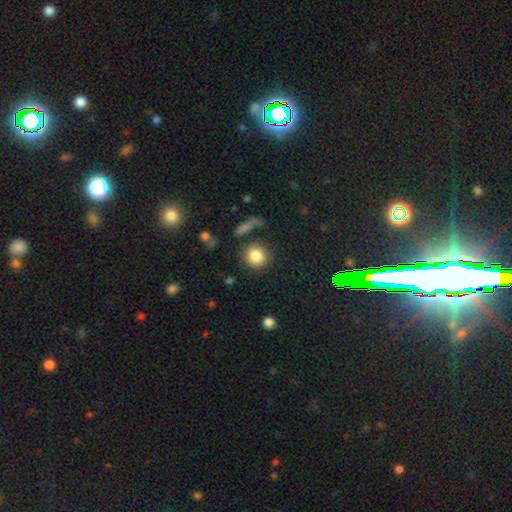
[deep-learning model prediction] A smooth galaxy with no disk features (84%) that is round (89%).

Vote fractions:
- Smooth or featured? smooth: 84% / star or artifact: 9% / featured or disk: 7%
- How rounded? round: 89% / in between: 9% / cigar-shaped: 1%
- Merging? none: 80% / minor disturbance: 10% / merger: 6% / major disturbance: 5%